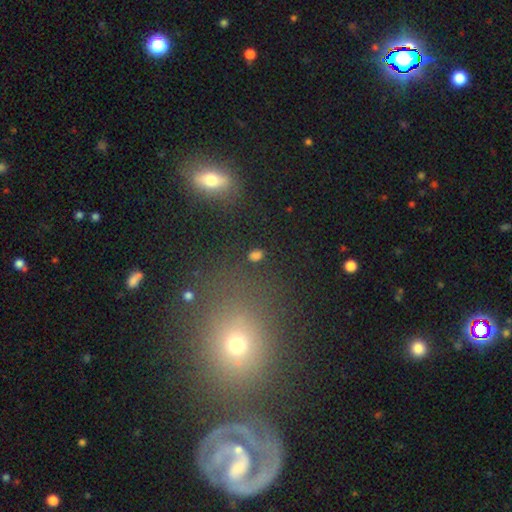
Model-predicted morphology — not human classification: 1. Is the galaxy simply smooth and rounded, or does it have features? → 70% smooth, 23% star or artifact, 6% featured or disk.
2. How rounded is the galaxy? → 65% in between, 32% round, 3% cigar-shaped.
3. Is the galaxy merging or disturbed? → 83% none, 9% minor disturbance, 4% major disturbance, 3% merger.